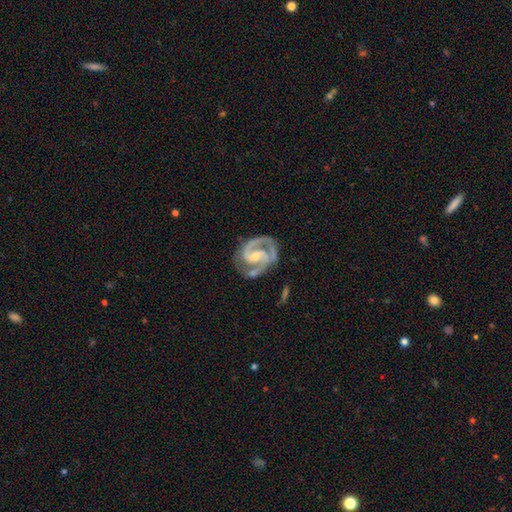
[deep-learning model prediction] Smooth or featured? featured or disk (93%)
Edge-on disk? no (98%)
Bar? weak (44%)
Spiral arms? yes (98%)
Spiral winding? medium (56%)
Spiral arm count? 2 (86%)
Bulge size? small (60%)
Merging? none (65%)